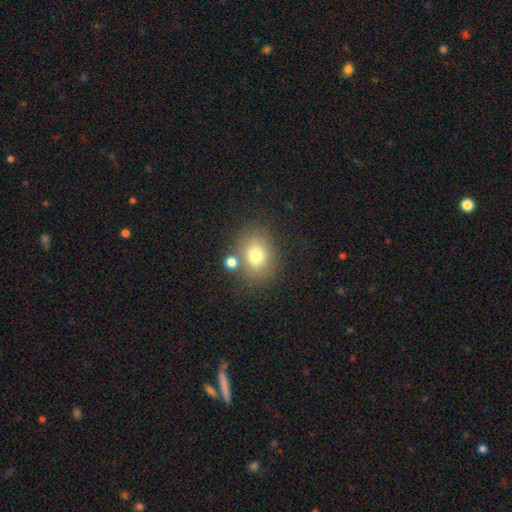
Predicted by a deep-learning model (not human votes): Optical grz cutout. It shows a smooth galaxy with no disk features (76%) that is round (51%). Merging: none (70%).